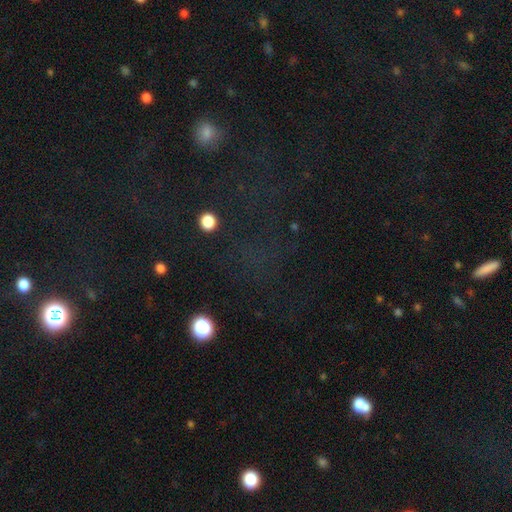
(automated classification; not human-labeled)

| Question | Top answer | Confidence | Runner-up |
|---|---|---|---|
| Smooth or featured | star or artifact | 64% | smooth (24%) |